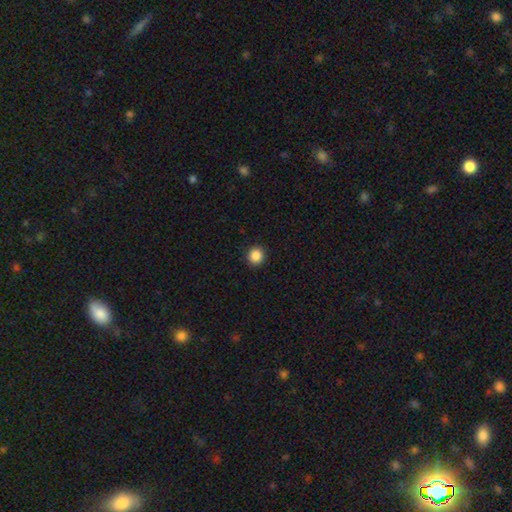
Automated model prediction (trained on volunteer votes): smooth_or_featured: smooth (p=0.87) [alt: star or artifact p=0.10]
how_rounded: round (p=0.92) [alt: in between p=0.07]
merging: none (p=0.92) [alt: minor disturbance p=0.05]